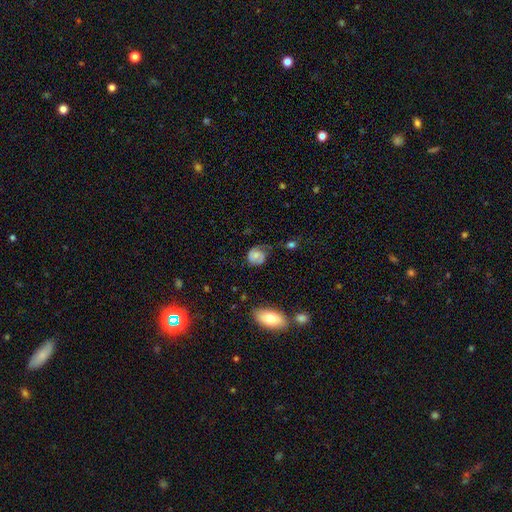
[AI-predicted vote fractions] Smooth or featured: smooth — 50% (featured or disk — 42%)
Merging: none — 52% (minor disturbance — 29%)